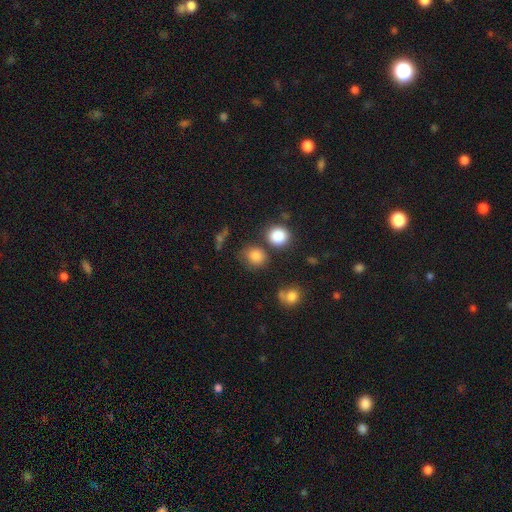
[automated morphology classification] smooth-or-featured: smooth: 82% | star or artifact: 12% | featured or disk: 6%
  how-rounded: round: 80% | in between: 19% | cigar-shaped: 1%
  merging: none: 67% | minor disturbance: 15% | merger: 12% | major disturbance: 6%